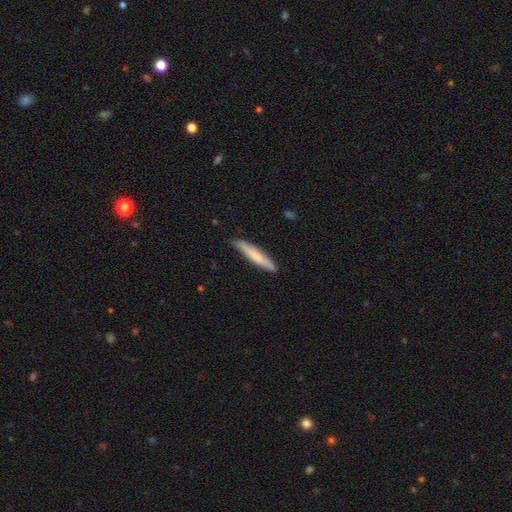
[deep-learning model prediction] Smooth or featured? smooth (70%)
How rounded? cigar-shaped (91%)
Merging? none (85%)